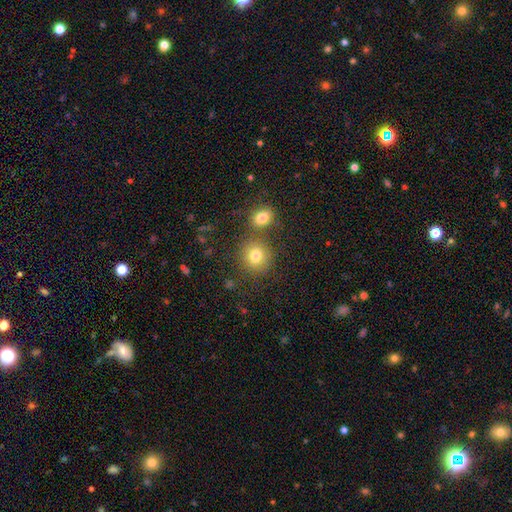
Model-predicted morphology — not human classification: The model was most divided on "merging": none: 72%, merger: 15%, minor disturbance: 9%, major disturbance: 3%. More confident: how rounded — round (86%); smooth or featured — smooth (79%).